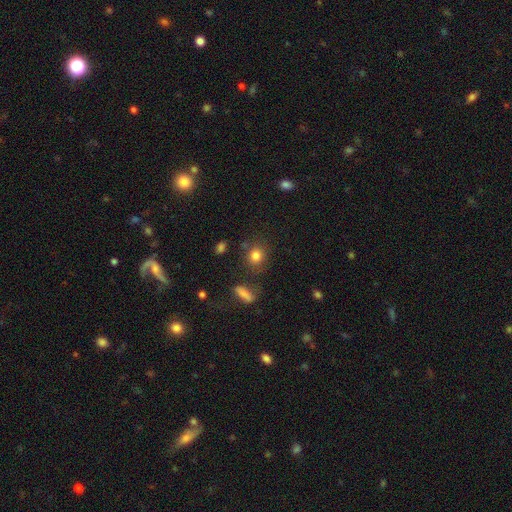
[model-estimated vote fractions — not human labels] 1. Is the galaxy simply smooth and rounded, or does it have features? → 81% smooth, 12% star or artifact, 8% featured or disk.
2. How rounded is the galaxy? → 77% round, 21% in between, 2% cigar-shaped.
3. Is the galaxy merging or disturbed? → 76% none, 13% minor disturbance, 6% merger, 5% major disturbance.